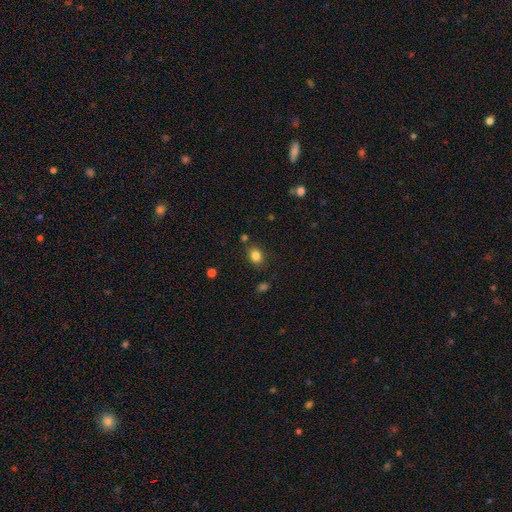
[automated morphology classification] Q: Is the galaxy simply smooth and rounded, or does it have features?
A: smooth — 83%.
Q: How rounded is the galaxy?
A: in between — 61%.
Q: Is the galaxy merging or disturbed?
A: none — 78%.